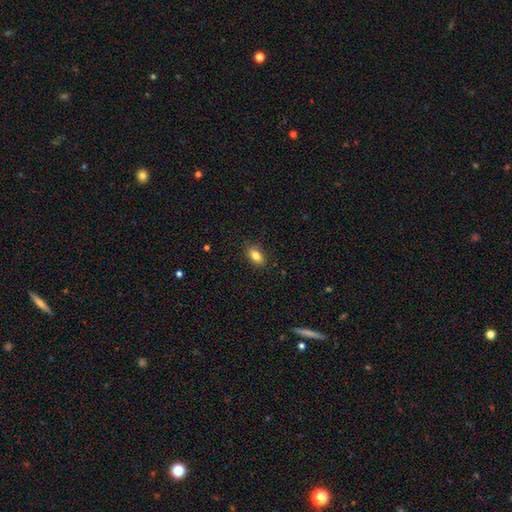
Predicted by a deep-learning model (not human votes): Overall: smooth (81%). How rounded: in between (86%). Merging: none (83%).